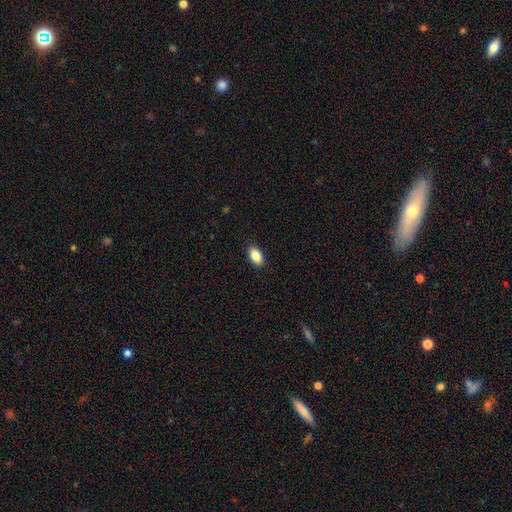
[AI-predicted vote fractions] Q: Smooth or featured?
A: smooth (87%); runner-up: star or artifact (7%)
Q: How rounded?
A: in between (92%); runner-up: cigar-shaped (4%)
Q: Merging?
A: none (90%); runner-up: minor disturbance (7%)